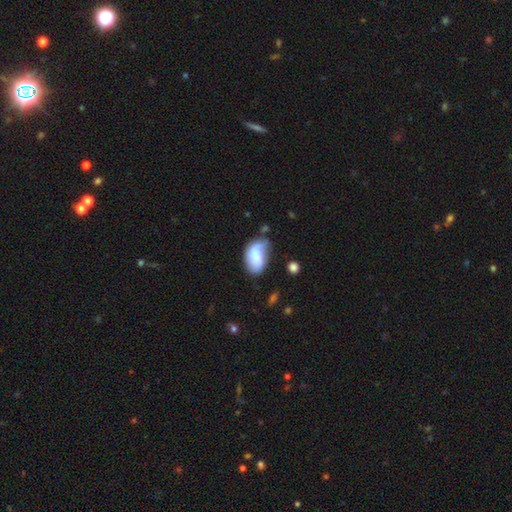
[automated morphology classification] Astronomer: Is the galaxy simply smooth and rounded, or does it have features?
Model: smooth — 69%.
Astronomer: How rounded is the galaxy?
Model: in between — 92%.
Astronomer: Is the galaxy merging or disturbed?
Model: none — 42% (runner-up: minor disturbance, 37%).